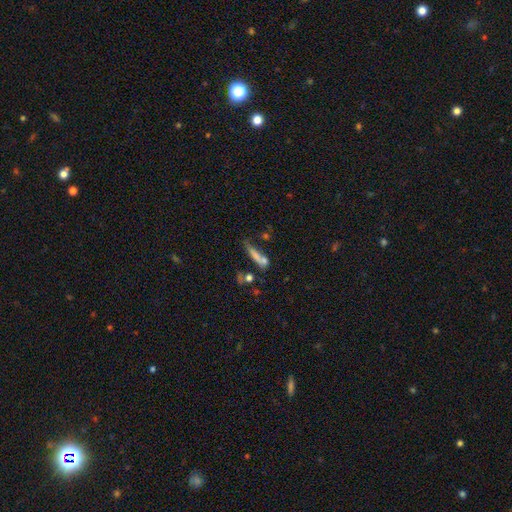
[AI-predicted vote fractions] This appears to be a smooth galaxy with no disk features (61%) that is cigar-shaped (77%). Merging: none (45%).